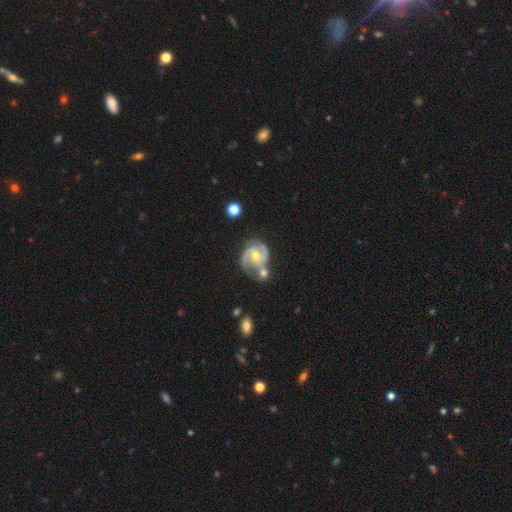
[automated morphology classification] Q: Smooth or featured?
A: featured or disk (90%); runner-up: smooth (5%)
Q: Edge-on disk?
A: no (98%); runner-up: yes (2%)
Q: Bar?
A: no (54%); runner-up: weak (35%)
Q: Spiral arms?
A: yes (98%); runner-up: no (2%)
Q: Spiral winding?
A: medium (51%); runner-up: tight (39%)
Q: Spiral arm count?
A: 2 (80%); runner-up: 3 (11%)
Q: Bulge size?
A: moderate (61%); runner-up: small (34%)
Q: Merging?
A: none (50%); runner-up: merger (24%)